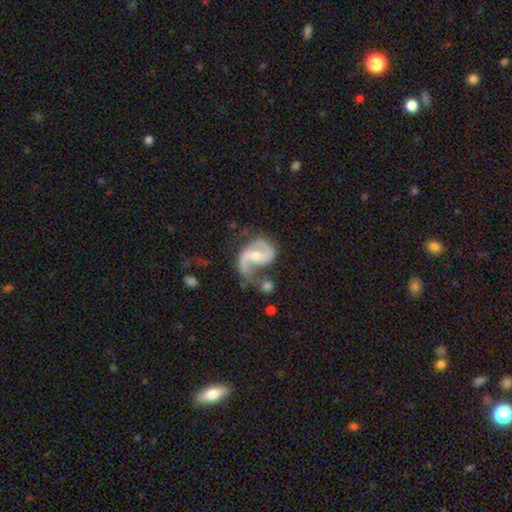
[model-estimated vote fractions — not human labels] This is clearly a featured or disk galaxy (88%). It is clearly not viewed edge-on (98%). Bar: possibly weak (46%). Spiral arm pattern: clearly yes (96%). Spiral arm count: clearly 2 (87%). Spiral winding: possibly medium (52%). Central bulge: likely moderate (62%). Merging: marginally none (45%).